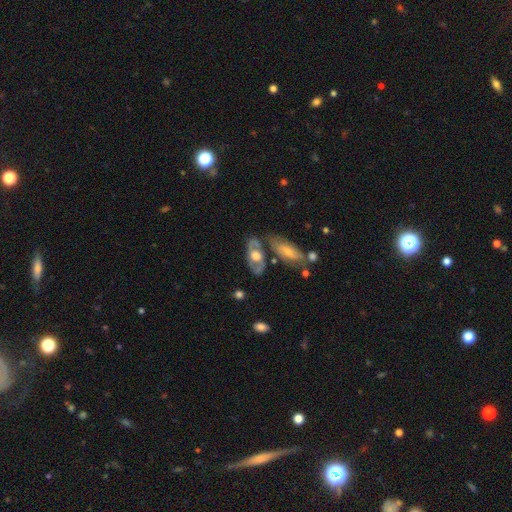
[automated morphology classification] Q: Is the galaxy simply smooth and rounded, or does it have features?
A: featured or disk — 61%.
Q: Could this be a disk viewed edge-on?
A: no — 80%.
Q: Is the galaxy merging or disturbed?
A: none — 64%.